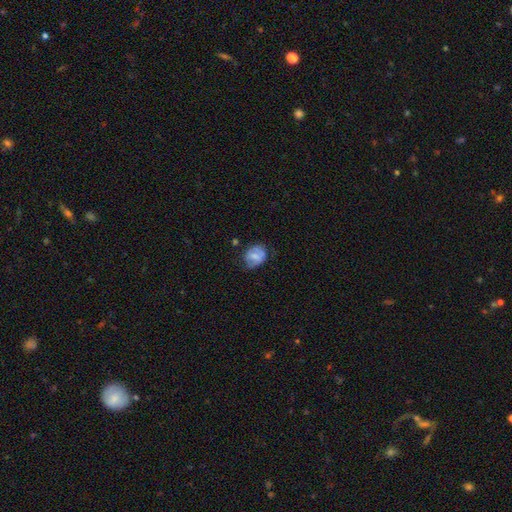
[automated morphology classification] The model was most divided on "how rounded": round: 55%, in between: 44%, cigar-shaped: 1%. More confident: merging — none (58%); smooth or featured — smooth (54%).